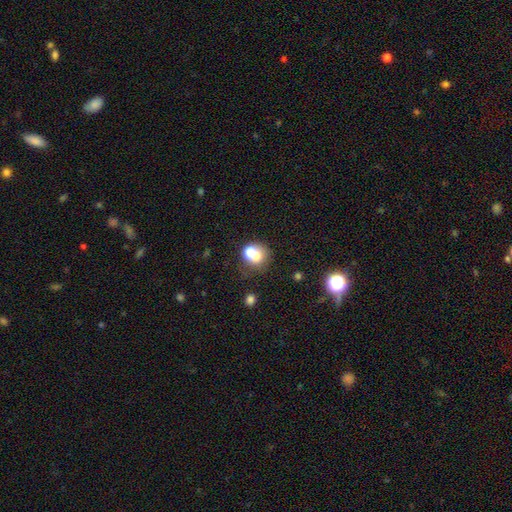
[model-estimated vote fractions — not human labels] Smooth or featured? Predicted: smooth (p=0.67). How rounded? Predicted: round (p=0.74). Merging? Predicted: merger (p=0.50).